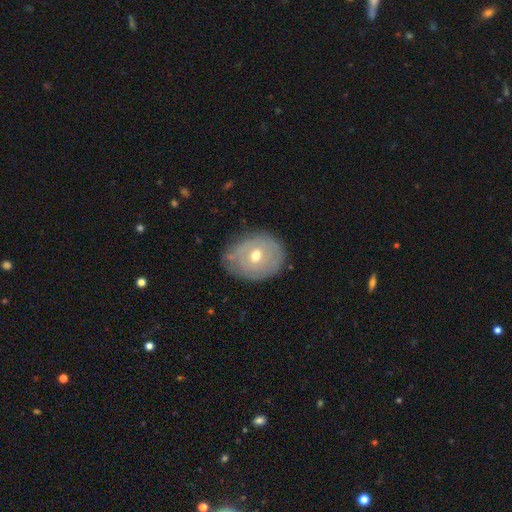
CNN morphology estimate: Smooth or featured? featured or disk (53%)
Edge-on disk? no (95%)
Bar? no (76%)
Spiral arms? no (59%)
Bulge size? moderate (68%)
Merging? none (74%)